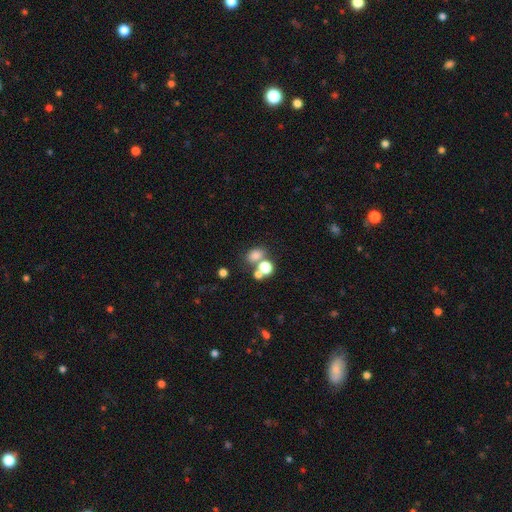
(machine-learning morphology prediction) Q: Smooth or featured?
A: smooth (72%); runner-up: star or artifact (18%)
Q: How rounded?
A: in between (57%); runner-up: round (42%)
Q: Merging?
A: none (50%); runner-up: merger (32%)